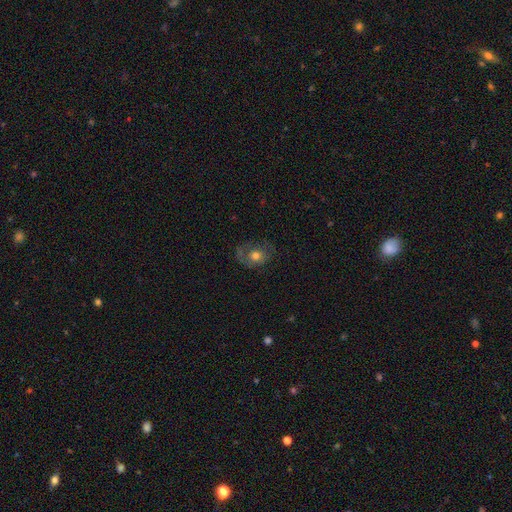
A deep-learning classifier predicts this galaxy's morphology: A smooth galaxy with no disk features (53%) that is round (51%).

Vote fractions:
- Smooth or featured? smooth: 53% / featured or disk: 37% / star or artifact: 10%
- How rounded? round: 51% / in between: 48% / cigar-shaped: 1%
- Merging? none: 63% / minor disturbance: 22% / major disturbance: 13% / merger: 1%